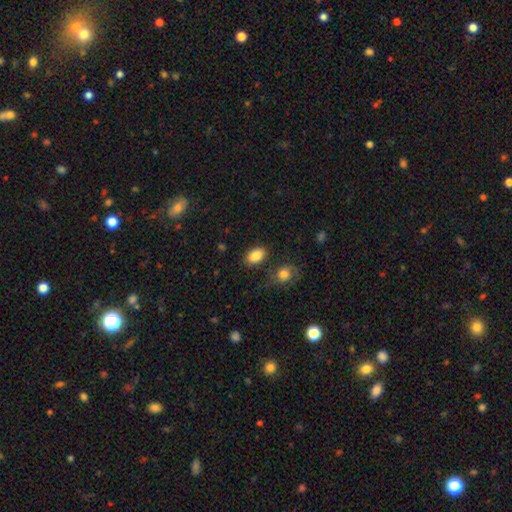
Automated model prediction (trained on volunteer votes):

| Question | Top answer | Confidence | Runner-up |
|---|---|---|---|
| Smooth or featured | smooth | 87% | star or artifact (8%) |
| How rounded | in between | 88% | round (10%) |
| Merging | none | 80% | minor disturbance (11%) |